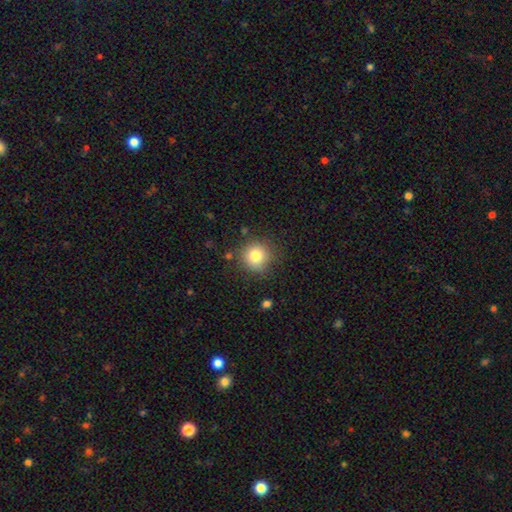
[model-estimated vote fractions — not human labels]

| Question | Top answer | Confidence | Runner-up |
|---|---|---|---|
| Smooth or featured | smooth | 80% | star or artifact (11%) |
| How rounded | round | 93% | in between (6%) |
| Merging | none | 83% | minor disturbance (11%) |